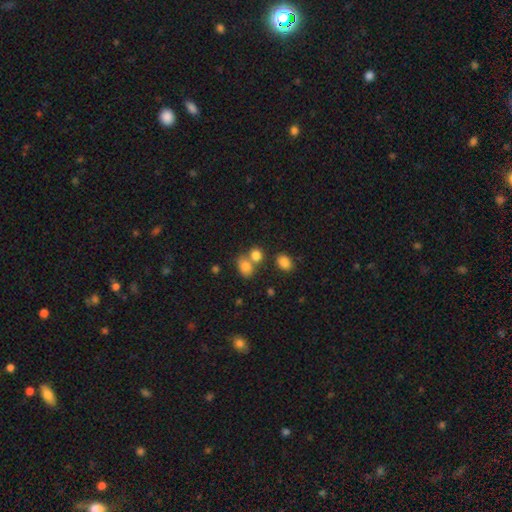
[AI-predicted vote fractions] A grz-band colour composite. It shows a smooth galaxy with no disk features (80%) that is round (57%). Merging: none (48%).